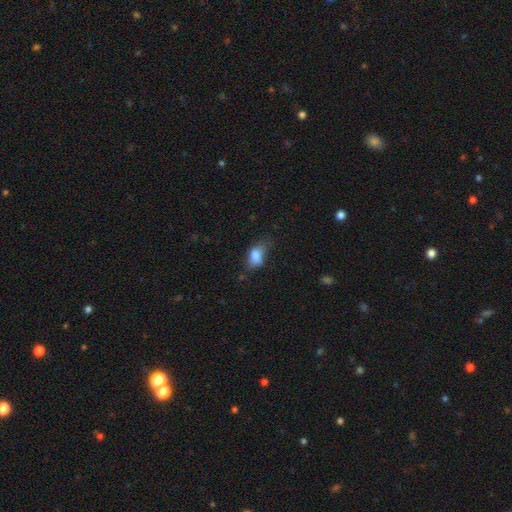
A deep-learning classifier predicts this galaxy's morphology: smooth 80%, featured or disk 11%, star or artifact 9%. Down the decision tree: how rounded — in between (84%); merging — minor disturbance (38%).